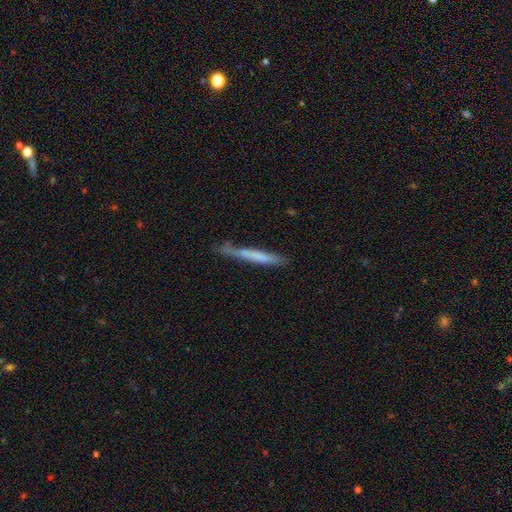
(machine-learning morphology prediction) Smooth or featured?
  - smooth: 58% *
  - featured or disk: 36%
  - star or artifact: 6%
How rounded?
  - cigar-shaped: 96% *
  - in between: 3%
  - round: 1%
Merging?
  - none: 67% *
  - minor disturbance: 23%
  - major disturbance: 6%
  - merger: 4%